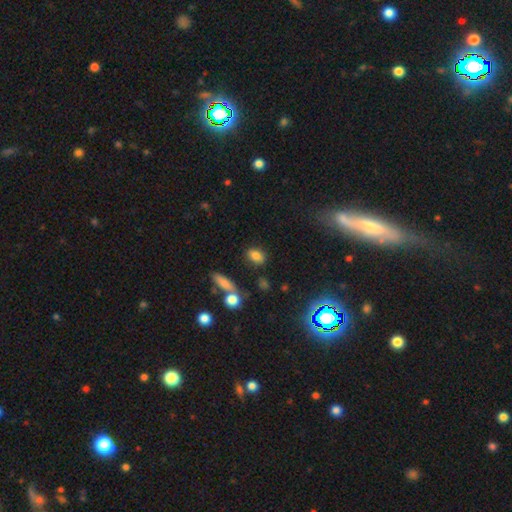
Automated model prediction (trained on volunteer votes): This is likely a smooth galaxy (79%). How rounded: likely in between (75%). Merging: likely none (79%).